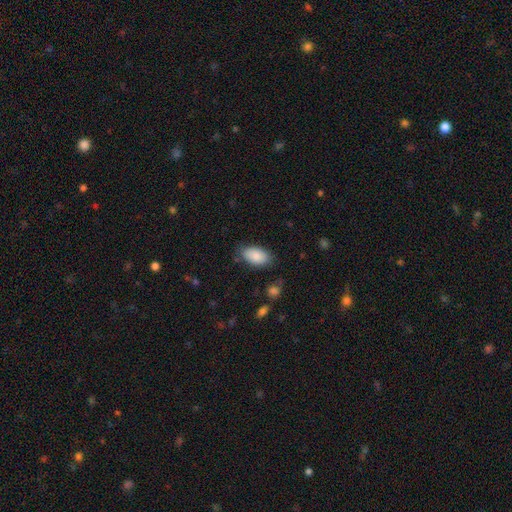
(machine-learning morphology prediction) A smooth galaxy with no disk features (87%) that is in between round and cigar-shaped (94%).

Vote fractions:
- Smooth or featured? smooth: 87% / featured or disk: 7% / star or artifact: 6%
- How rounded? in between: 94% / round: 4% / cigar-shaped: 2%
- Merging? none: 77% / minor disturbance: 17% / major disturbance: 4% / merger: 2%